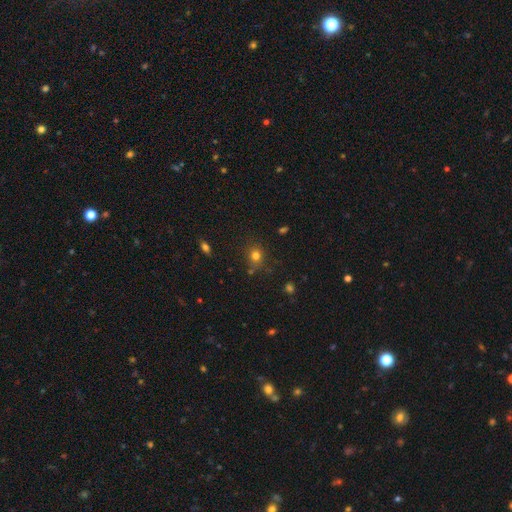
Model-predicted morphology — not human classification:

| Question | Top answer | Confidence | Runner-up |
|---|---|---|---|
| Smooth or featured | smooth | 76% | star or artifact (16%) |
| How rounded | round | 75% | in between (24%) |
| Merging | none | 76% | minor disturbance (14%) |